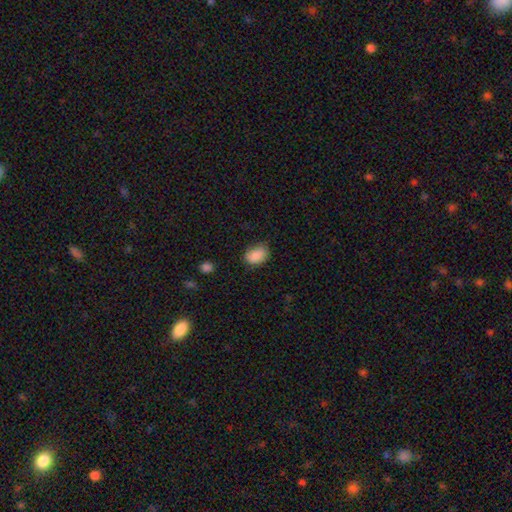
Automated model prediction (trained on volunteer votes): The model was most divided on "merging": none: 70%, minor disturbance: 24%, major disturbance: 5%, merger: 1%. More confident: smooth or featured — smooth (87%); how rounded — in between (78%).